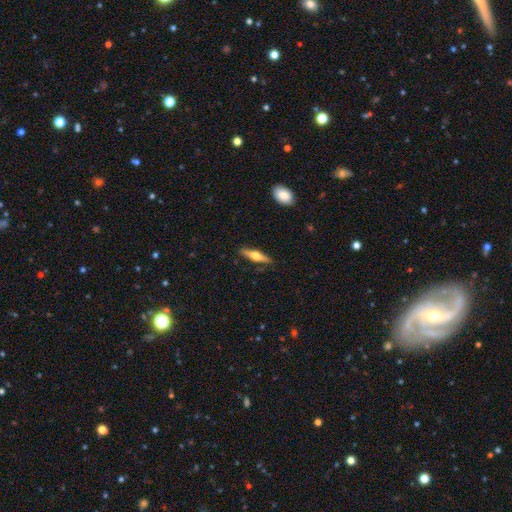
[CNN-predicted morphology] Smooth or featured? featured or disk (49%)
Merging? none (87%)